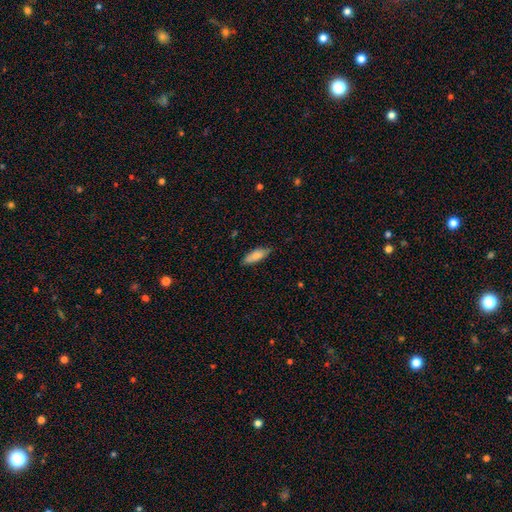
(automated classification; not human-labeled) A smooth galaxy with no disk features (81%) that is in between round and cigar-shaped (60%). Merging: none (83%).